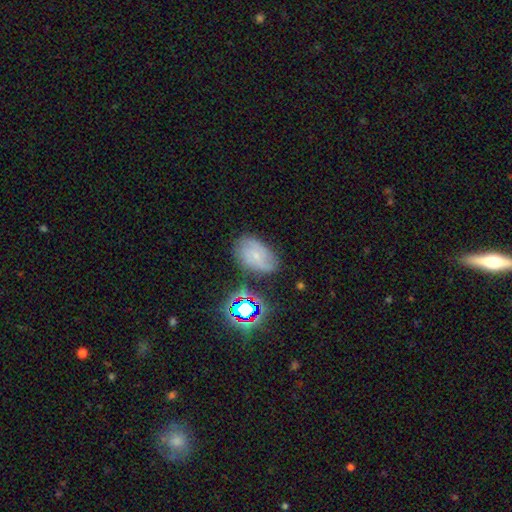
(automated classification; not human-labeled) smooth-or-featured: featured or disk: 50% | smooth: 34% | star or artifact: 16%
  merging: none: 65% | minor disturbance: 23% | major disturbance: 7% | merger: 4%